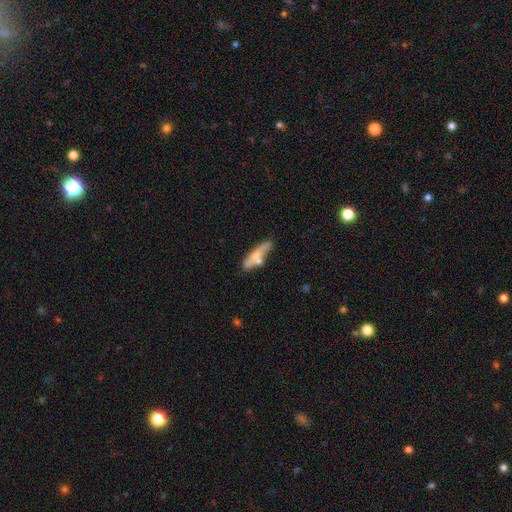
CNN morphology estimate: Overall: smooth (62%; featured or disk 32%). How rounded: cigar-shaped (65%; in between 32%). Merging: none (56%; minor disturbance 21%).